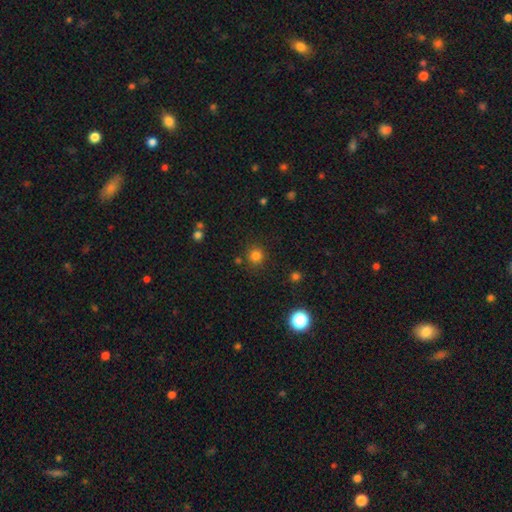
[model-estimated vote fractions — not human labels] A smooth galaxy with no disk features (81%) that is round (92%).

Vote fractions:
- Smooth or featured? smooth: 81% / star or artifact: 15% / featured or disk: 5%
- How rounded? round: 92% / in between: 7% / cigar-shaped: 1%
- Merging? none: 85% / minor disturbance: 8% / merger: 4% / major disturbance: 3%